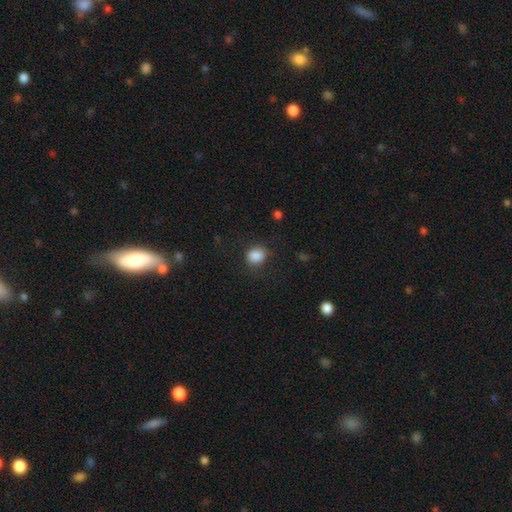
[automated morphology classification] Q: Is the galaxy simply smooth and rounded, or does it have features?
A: smooth — 86%.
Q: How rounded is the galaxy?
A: round — 68%.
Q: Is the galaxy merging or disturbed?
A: none — 71%.